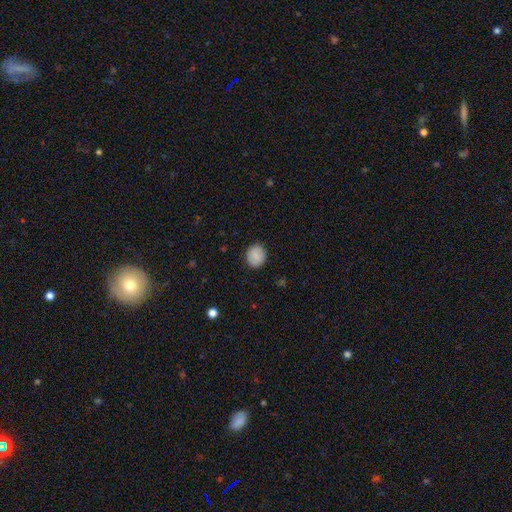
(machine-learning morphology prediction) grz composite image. It shows a smooth galaxy with no disk features (80%) that is round (78%). Merging: none (88%).